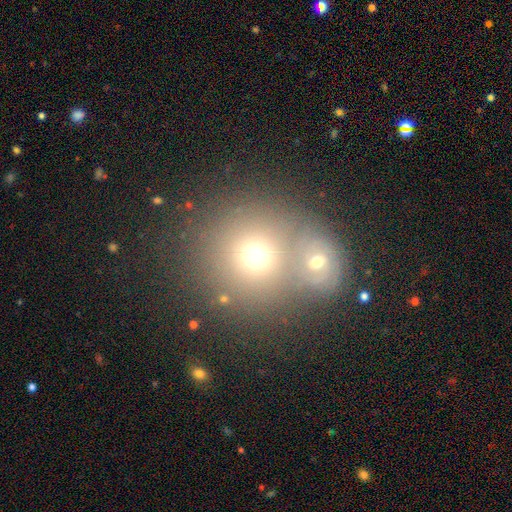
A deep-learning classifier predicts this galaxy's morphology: smooth-or-featured: smooth: 67% | star or artifact: 18% | featured or disk: 15%
  how-rounded: round: 89% | in between: 10% | cigar-shaped: 1%
  merging: merger: 45% | none: 44% | minor disturbance: 7% | major disturbance: 4%